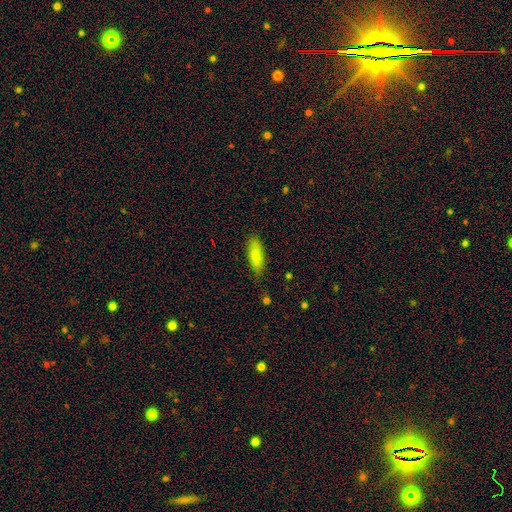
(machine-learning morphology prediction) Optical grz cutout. It shows a smooth galaxy with no disk features (84%) that is in between round and cigar-shaped (62%). Merging: none (80%).